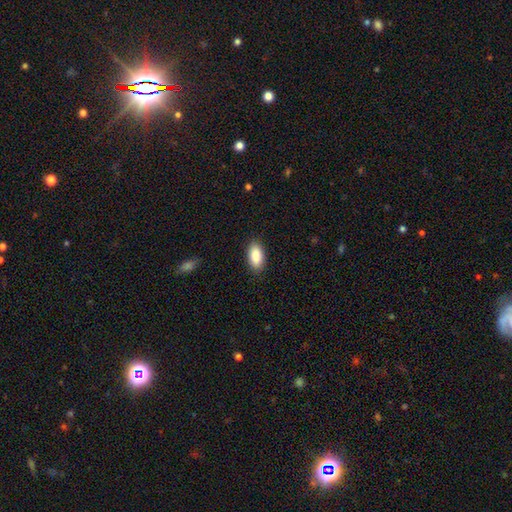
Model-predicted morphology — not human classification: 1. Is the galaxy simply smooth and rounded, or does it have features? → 89% smooth, 6% star or artifact, 4% featured or disk.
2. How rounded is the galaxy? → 93% in between, 5% cigar-shaped, 3% round.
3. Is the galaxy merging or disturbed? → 88% none, 9% minor disturbance, 2% major disturbance, 1% merger.